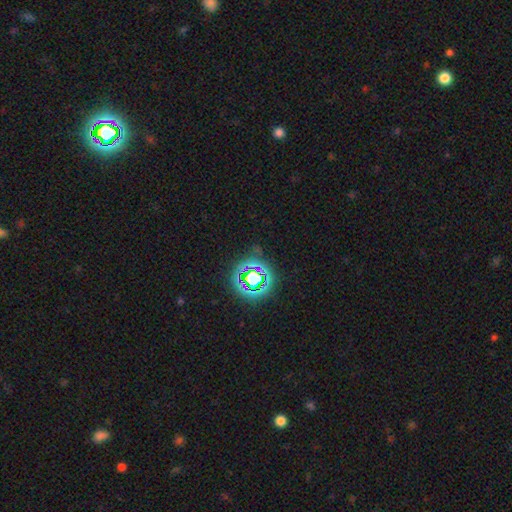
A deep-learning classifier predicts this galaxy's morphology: The model was most divided on "smooth or featured": star or artifact: 75%, smooth: 15%, featured or disk: 10%.